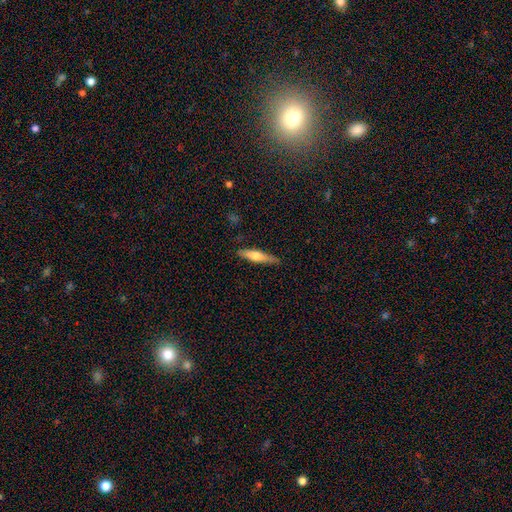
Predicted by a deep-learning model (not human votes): smooth-or-featured: smooth: 52% | featured or disk: 42% | star or artifact: 6%
  how-rounded: cigar-shaped: 82% | in between: 16% | round: 2%
  merging: none: 85% | minor disturbance: 11% | major disturbance: 2% | merger: 1%